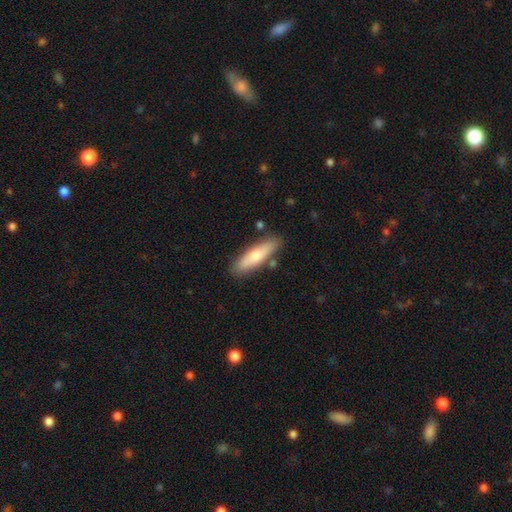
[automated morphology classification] Smooth or featured? smooth (69%)
How rounded? cigar-shaped (63%)
Merging? none (82%)